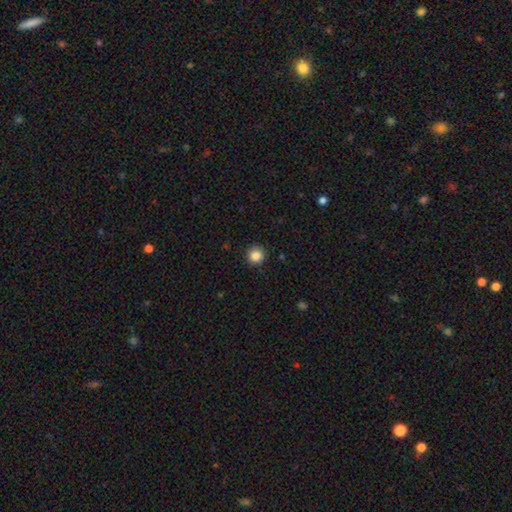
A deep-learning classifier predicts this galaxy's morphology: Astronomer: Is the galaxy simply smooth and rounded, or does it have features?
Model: smooth — 85%.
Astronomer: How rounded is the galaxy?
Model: round — 95%.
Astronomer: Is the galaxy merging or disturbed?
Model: none — 91%.